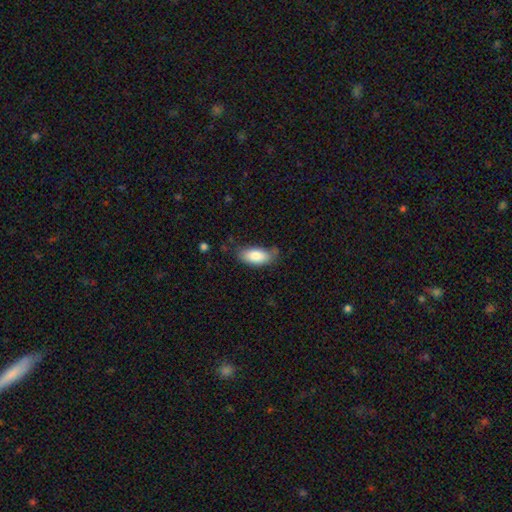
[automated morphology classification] The model was most divided on "merging": none: 65%, minor disturbance: 27%, major disturbance: 6%, merger: 3%. More confident: how rounded — in between (90%); smooth or featured — smooth (83%).